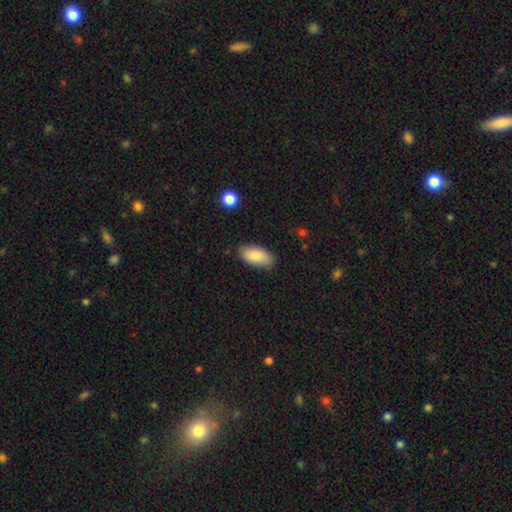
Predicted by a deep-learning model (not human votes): This is clearly a smooth galaxy (86%). How rounded: clearly in between (93%). Merging: clearly none (84%).